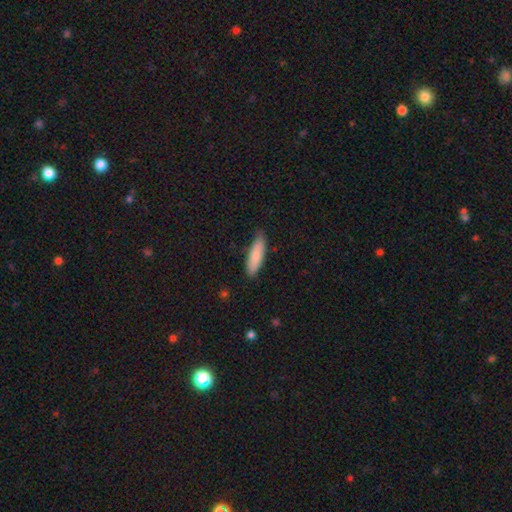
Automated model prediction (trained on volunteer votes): smooth-or-featured: smooth: 80% | featured or disk: 15% | star or artifact: 6%
  how-rounded: cigar-shaped: 56% | in between: 42% | round: 2%
  merging: none: 79% | minor disturbance: 17% | major disturbance: 2% | merger: 1%